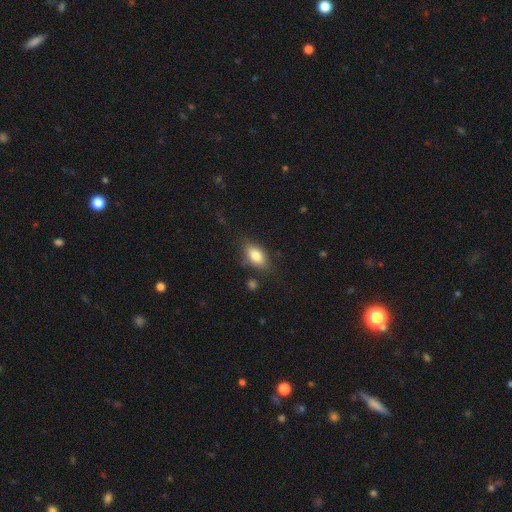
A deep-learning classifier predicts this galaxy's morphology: Overall: smooth (82%). How rounded: in between (88%). Merging: none (75%).